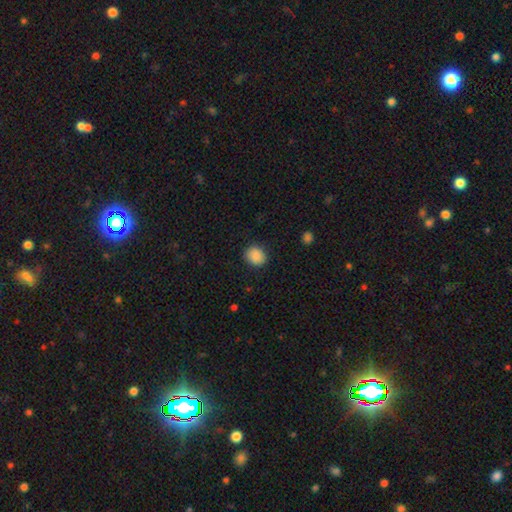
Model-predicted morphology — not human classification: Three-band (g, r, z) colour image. It shows a smooth galaxy with no disk features (88%) that is round (67%). Merging: none (87%).